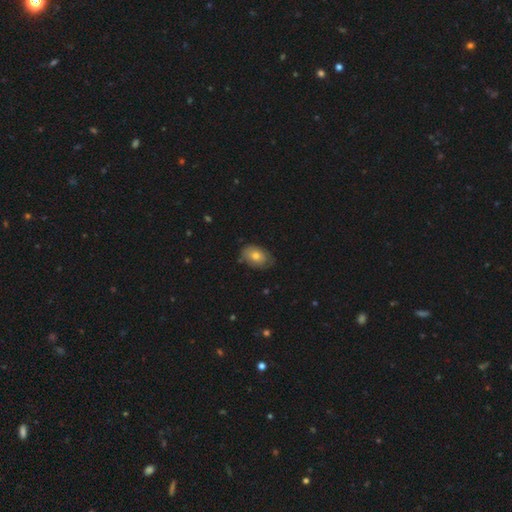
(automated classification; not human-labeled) Smooth or featured? Predicted: smooth (p=0.68). How rounded? Predicted: in between (p=0.84). Merging? Predicted: none (p=0.66).